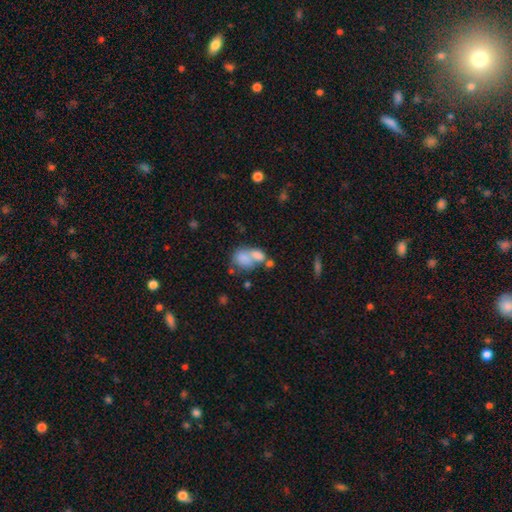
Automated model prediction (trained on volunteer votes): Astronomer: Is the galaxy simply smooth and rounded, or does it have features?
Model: smooth — 70%.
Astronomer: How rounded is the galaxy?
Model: in between — 68%.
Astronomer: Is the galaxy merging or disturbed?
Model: merger — 60%.